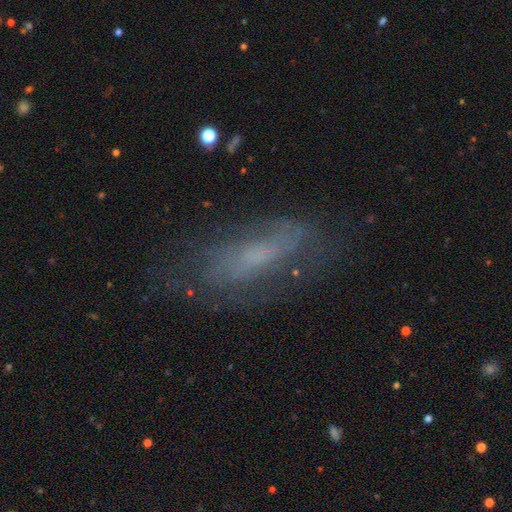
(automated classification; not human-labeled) Smooth or featured?
  - featured or disk: 45% *
  - smooth: 41%
  - star or artifact: 14%
Merging?
  - none: 65% *
  - minor disturbance: 21%
  - major disturbance: 12%
  - merger: 2%